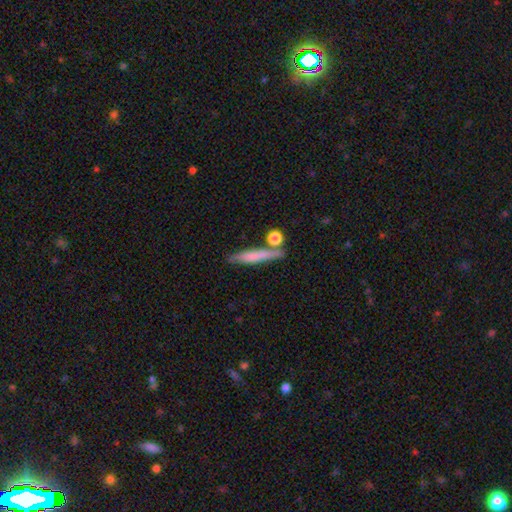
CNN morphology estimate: Q: Smooth or featured?
A: smooth (63%); runner-up: featured or disk (30%)
Q: How rounded?
A: cigar-shaped (86%); runner-up: in between (9%)
Q: Merging?
A: none (71%); runner-up: minor disturbance (13%)